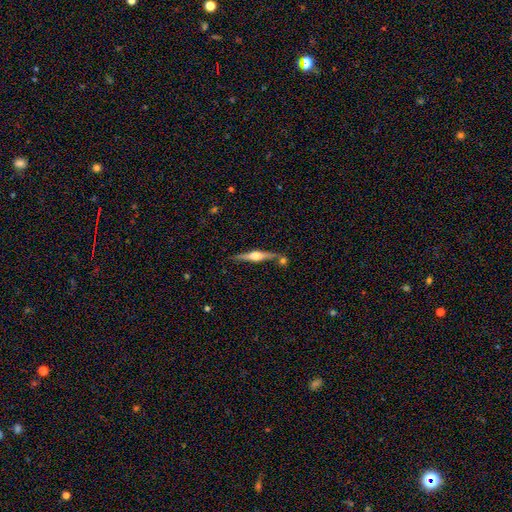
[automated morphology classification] A featured or disk galaxy (77%) viewed edge-on (98%) with a rounded central bulge (92%). Merging: none (76%).